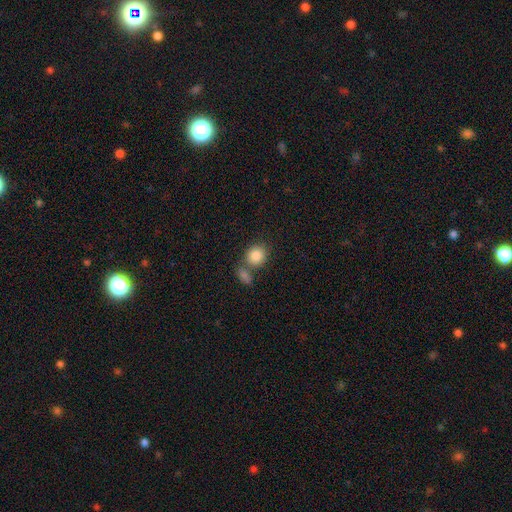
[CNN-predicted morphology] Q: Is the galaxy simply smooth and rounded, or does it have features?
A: smooth — 86%.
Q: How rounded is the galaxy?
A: round — 71%.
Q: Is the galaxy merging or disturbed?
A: none — 53%.